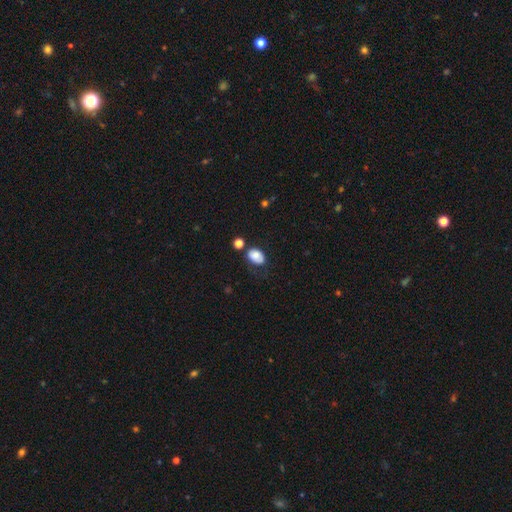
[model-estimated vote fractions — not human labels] Smooth or featured: smooth — 80% (featured or disk — 12%)
How rounded: in between — 83% (round — 16%)
Merging: none — 49% (minor disturbance — 29%)